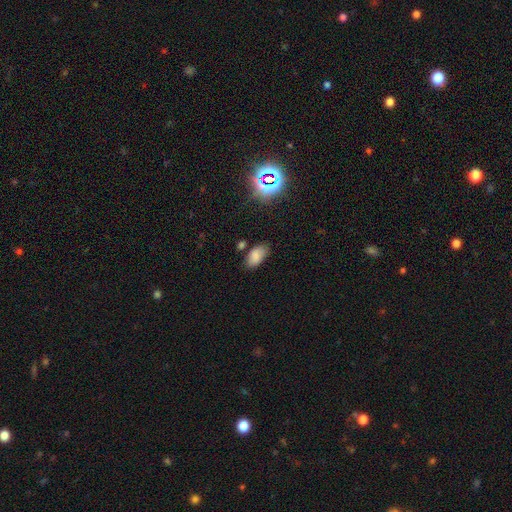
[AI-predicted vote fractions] smooth-or-featured: smooth: 78% | star or artifact: 13% | featured or disk: 9%
  how-rounded: in between: 93% | round: 5% | cigar-shaped: 2%
  merging: none: 72% | minor disturbance: 19% | merger: 5% | major disturbance: 4%